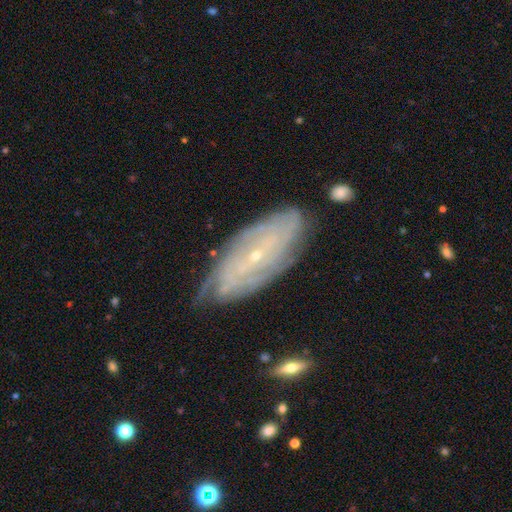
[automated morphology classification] This appears to be a featured or disk galaxy (80%) with no bar (57%), tight (70%) spiral arms (91%) and a small central bulge (85%). Merging: none (74%).